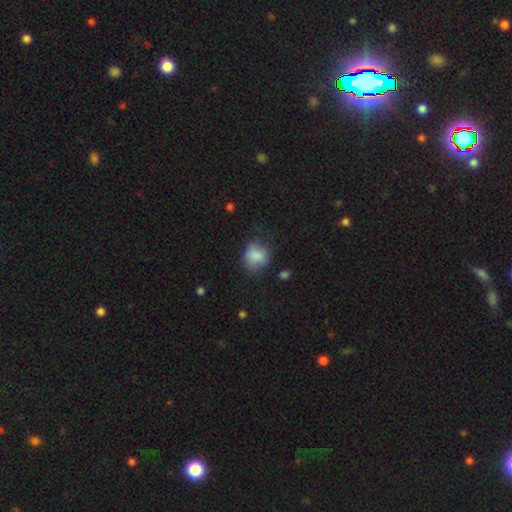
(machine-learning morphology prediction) A smooth galaxy with no disk features (82%) that is round (68%).

Vote fractions:
- Smooth or featured? smooth: 82% / featured or disk: 9% / star or artifact: 9%
- How rounded? round: 68% / in between: 31% / cigar-shaped: 1%
- Merging? none: 59% / minor disturbance: 27% / major disturbance: 11% / merger: 2%